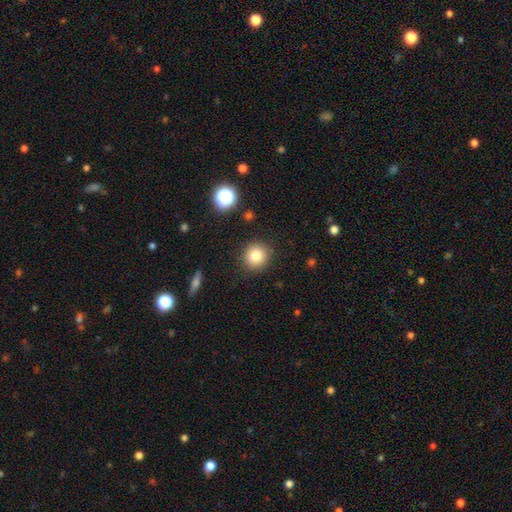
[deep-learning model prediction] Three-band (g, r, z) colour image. It shows a smooth galaxy with no disk features (82%) that is round (91%). Merging: none (89%).